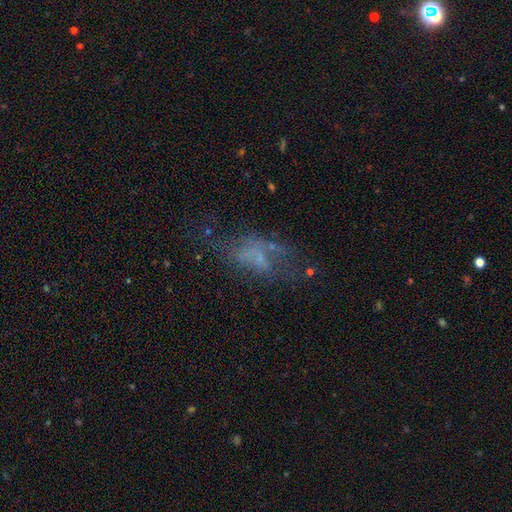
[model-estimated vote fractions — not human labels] Smooth or featured?
  - featured or disk: 43% *
  - smooth: 37%
  - star or artifact: 20%
Merging?
  - major disturbance: 37% *
  - none: 35%
  - minor disturbance: 21%
  - merger: 8%